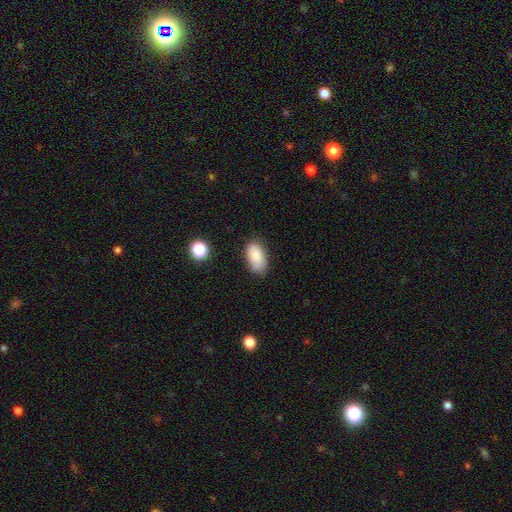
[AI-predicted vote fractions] smooth 87%, star or artifact 8%, featured or disk 6%. Down the decision tree: how rounded — in between (93%); merging — none (74%).